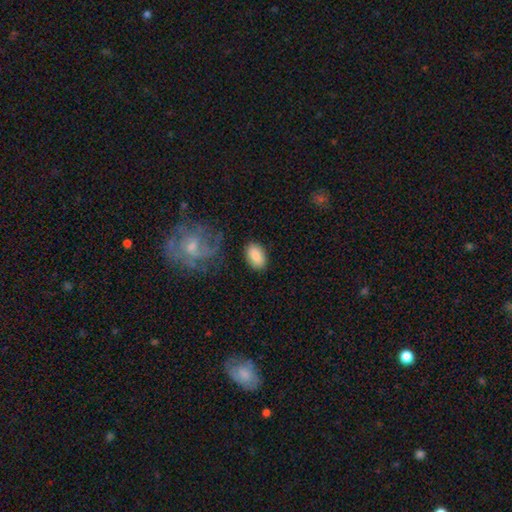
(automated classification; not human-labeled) The model was most divided on "merging": none: 81%, minor disturbance: 13%, major disturbance: 4%, merger: 3%. More confident: how rounded — in between (90%); smooth or featured — smooth (83%).